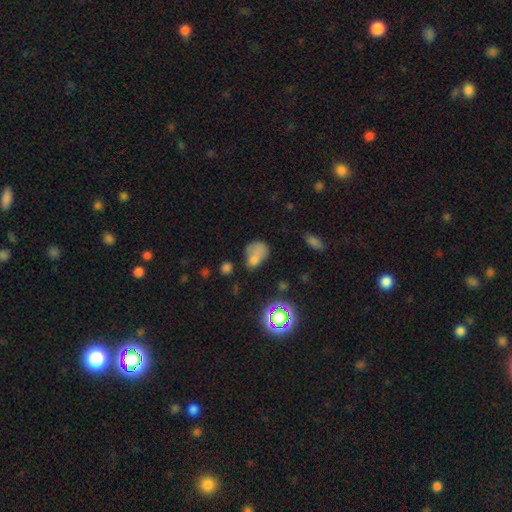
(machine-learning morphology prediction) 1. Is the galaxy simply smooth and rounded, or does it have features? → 68% smooth, 18% star or artifact, 14% featured or disk.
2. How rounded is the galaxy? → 71% in between, 27% round, 2% cigar-shaped.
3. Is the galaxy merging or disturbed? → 35% none, 28% merger, 22% minor disturbance, 16% major disturbance.